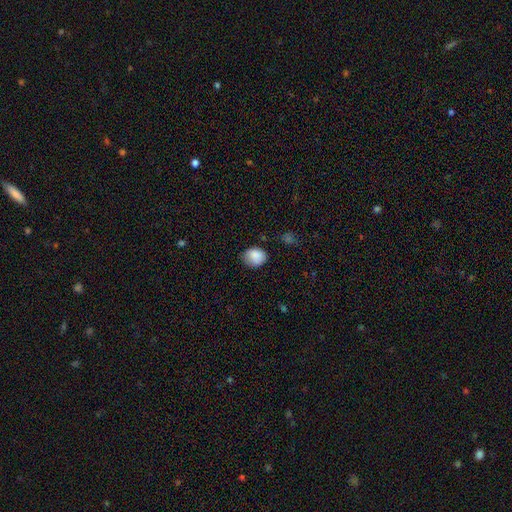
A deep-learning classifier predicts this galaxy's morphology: This is clearly a smooth galaxy (86%). How rounded: possibly round (56%). Merging: likely none (66%).